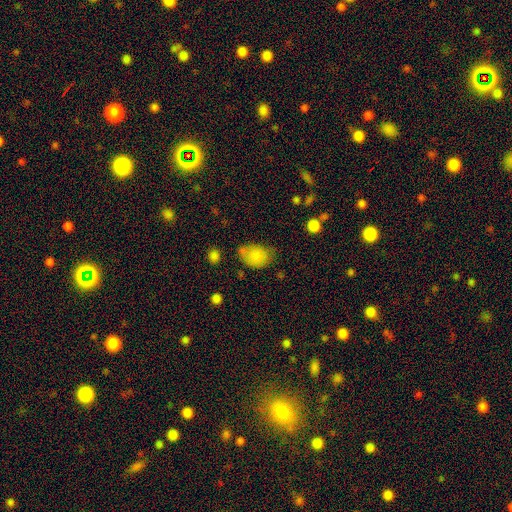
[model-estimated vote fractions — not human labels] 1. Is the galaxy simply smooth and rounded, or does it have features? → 82% smooth, 9% star or artifact, 9% featured or disk.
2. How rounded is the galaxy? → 76% in between, 23% round, 1% cigar-shaped.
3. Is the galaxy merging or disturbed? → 54% none, 28% minor disturbance, 10% merger, 9% major disturbance.